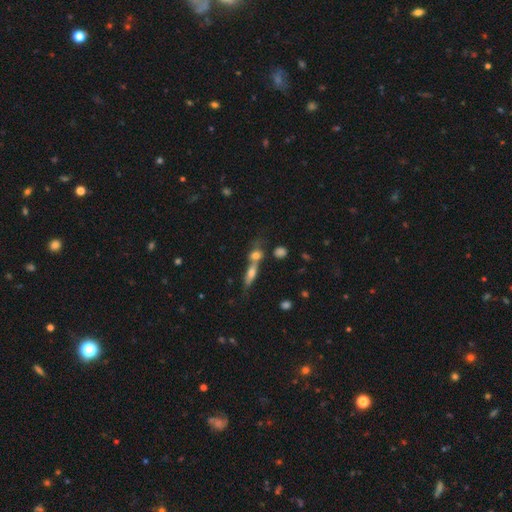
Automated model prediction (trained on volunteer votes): Smooth or featured? smooth (48%)
Merging? none (48%)